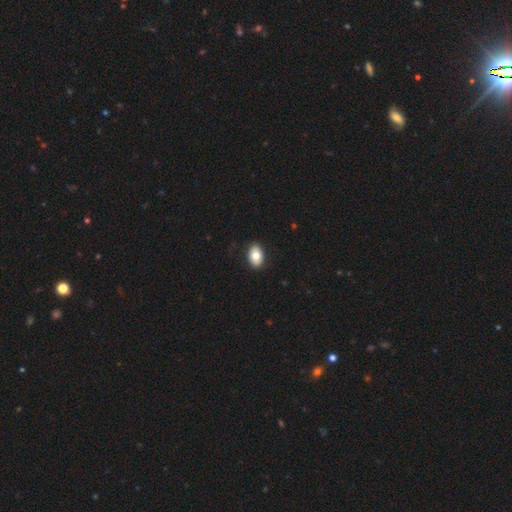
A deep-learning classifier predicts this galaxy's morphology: This appears to be a smooth galaxy with no disk features (79%) that is in between round and cigar-shaped (88%). Merging: none (89%).